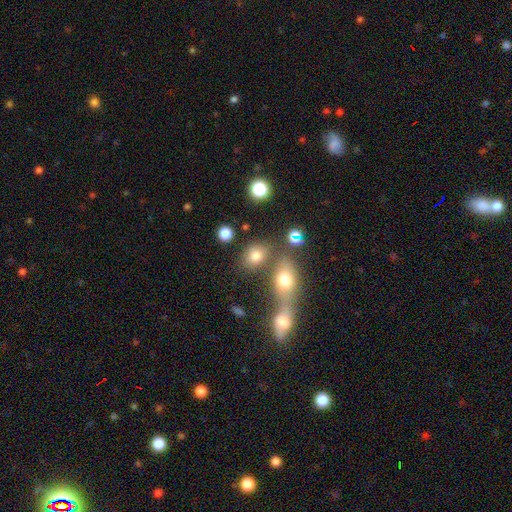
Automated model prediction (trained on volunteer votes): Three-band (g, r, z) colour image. It shows a smooth galaxy with no disk features (75%) that is in between round and cigar-shaped (58%). Merging: none (60%).